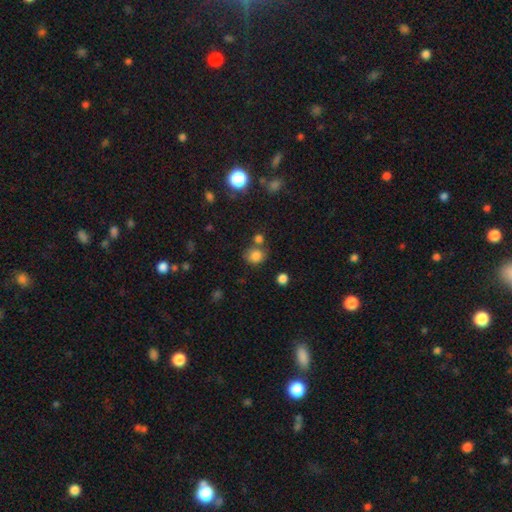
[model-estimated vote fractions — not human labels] Morphology: type=smooth (81%); roundness=round (71%); merging=none (63%).